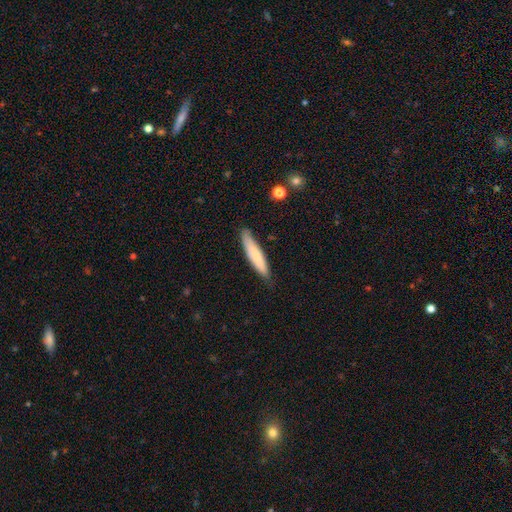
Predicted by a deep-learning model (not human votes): A smooth galaxy with no disk features (76%) that is cigar-shaped (84%).

Vote fractions:
- Smooth or featured? smooth: 76% / featured or disk: 18% / star or artifact: 6%
- How rounded? cigar-shaped: 84% / in between: 14% / round: 1%
- Merging? none: 81% / minor disturbance: 15% / major disturbance: 2% / merger: 1%